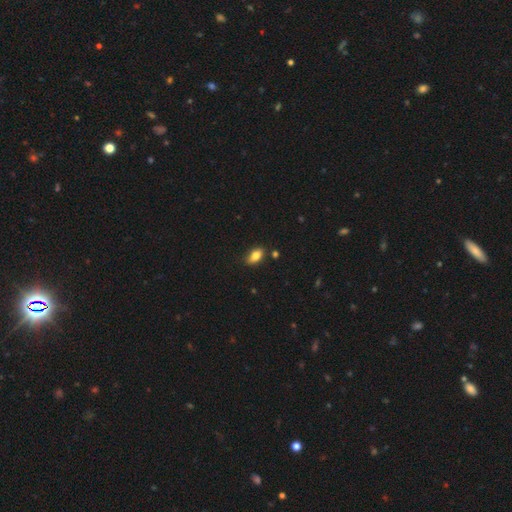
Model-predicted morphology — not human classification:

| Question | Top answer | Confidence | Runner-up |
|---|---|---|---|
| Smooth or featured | smooth | 83% | featured or disk (9%) |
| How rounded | in between | 88% | round (6%) |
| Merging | none | 78% | minor disturbance (16%) |